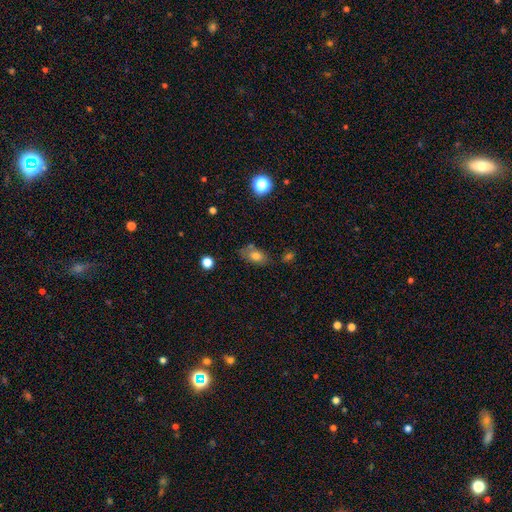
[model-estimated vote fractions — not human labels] Morphology: type=smooth (76%); roundness=in between (85%); merging=none (65%).